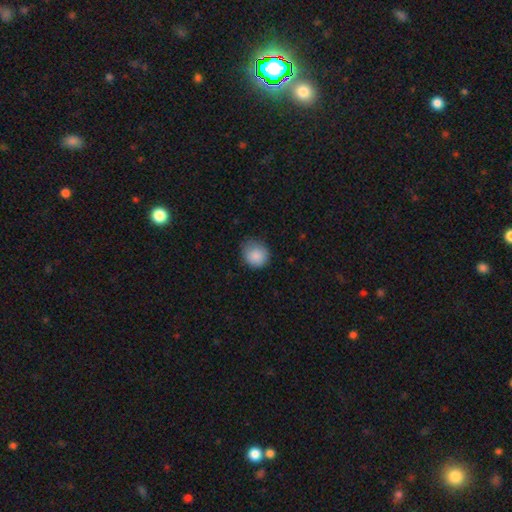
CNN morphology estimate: smooth_or_featured: smooth (p=0.87) [alt: star or artifact p=0.08]
how_rounded: round (p=0.83) [alt: in between p=0.16]
merging: none (p=0.68) [alt: minor disturbance p=0.26]